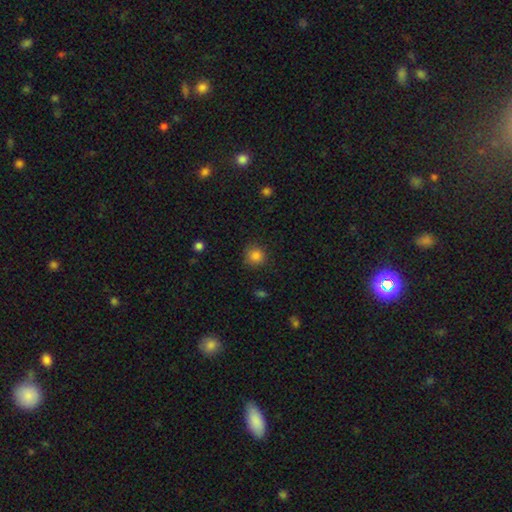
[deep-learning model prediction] Q: Smooth or featured?
A: smooth (84%); runner-up: star or artifact (12%)
Q: How rounded?
A: round (92%); runner-up: in between (8%)
Q: Merging?
A: none (86%); runner-up: minor disturbance (10%)